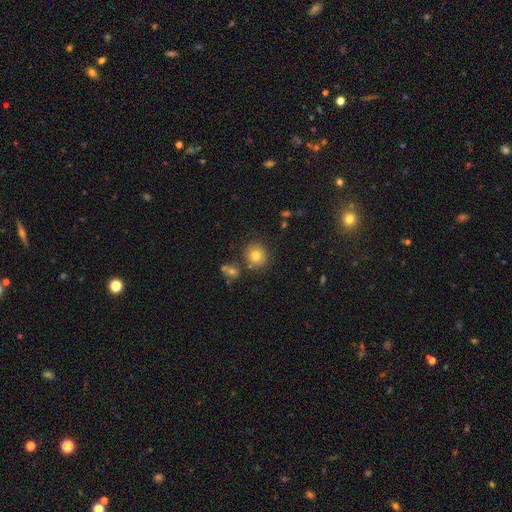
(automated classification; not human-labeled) smooth 79%, star or artifact 12%, featured or disk 10%. Down the decision tree: how rounded — round (85%); merging — none (80%).